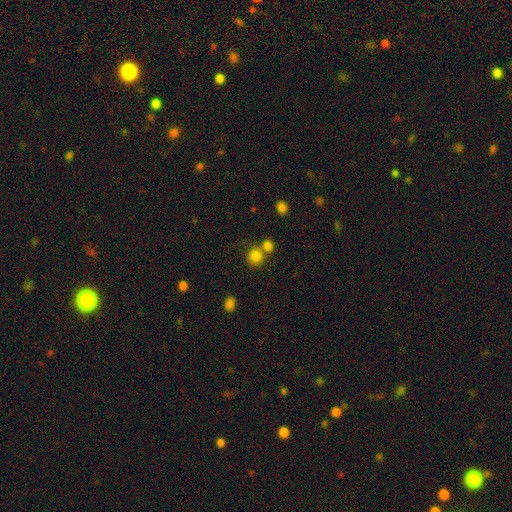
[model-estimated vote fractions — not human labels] The model was most divided on "merging": none: 56%, merger: 32%, minor disturbance: 8%, major disturbance: 4%. More confident: how rounded — round (83%); smooth or featured — smooth (82%).